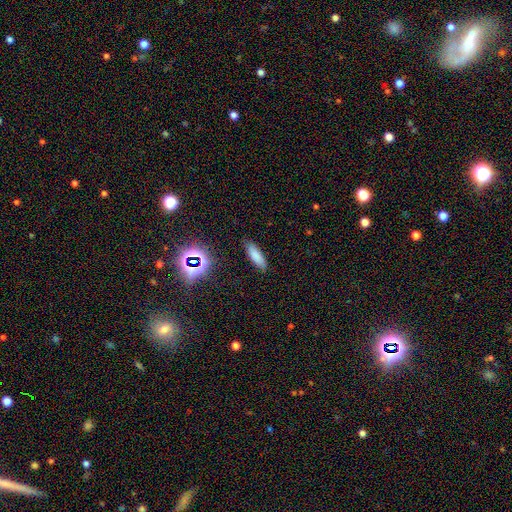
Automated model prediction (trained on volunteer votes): Smooth or featured? Predicted: smooth (p=0.79). How rounded? Predicted: in between (p=0.51). Merging? Predicted: none (p=0.85).